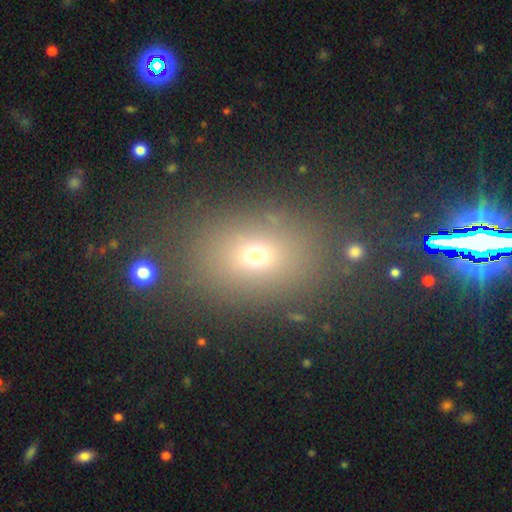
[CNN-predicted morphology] Smooth or featured? smooth (66%)
How rounded? in between (60%)
Merging? none (81%)